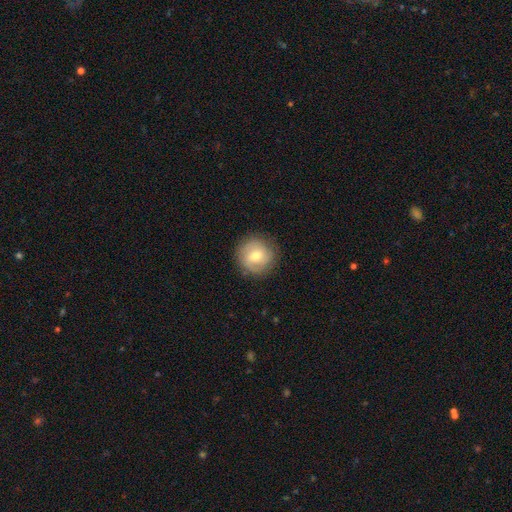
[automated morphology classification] Smooth or featured: smooth — 59% (featured or disk — 33%)
How rounded: round — 93% (in between — 6%)
Merging: none — 85% (minor disturbance — 10%)